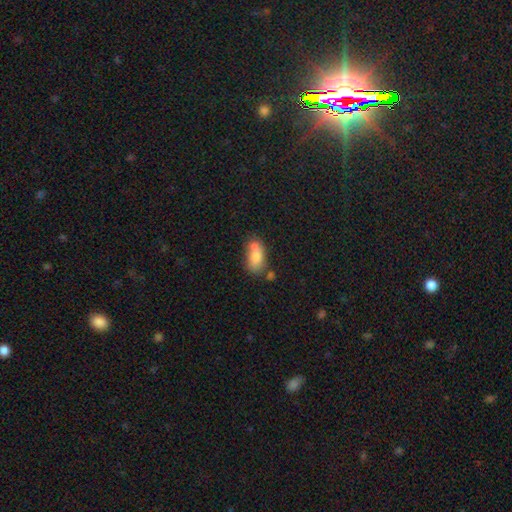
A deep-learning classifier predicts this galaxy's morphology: This appears to be a smooth galaxy with no disk features (73%) that is in between round and cigar-shaped (84%). Merging: none (40%).